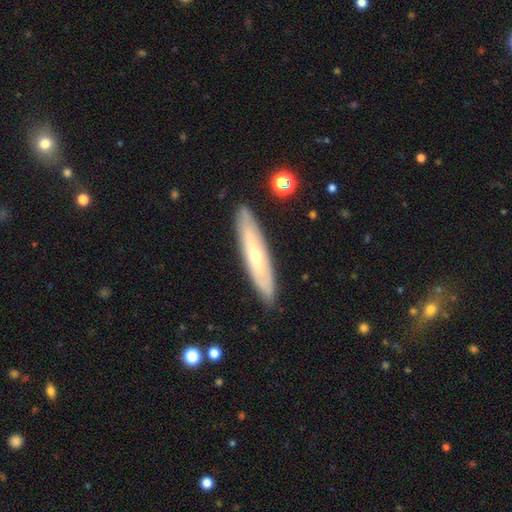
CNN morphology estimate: type=featured or disk (59%); edge-on=yes (57%); merging=none (87%).